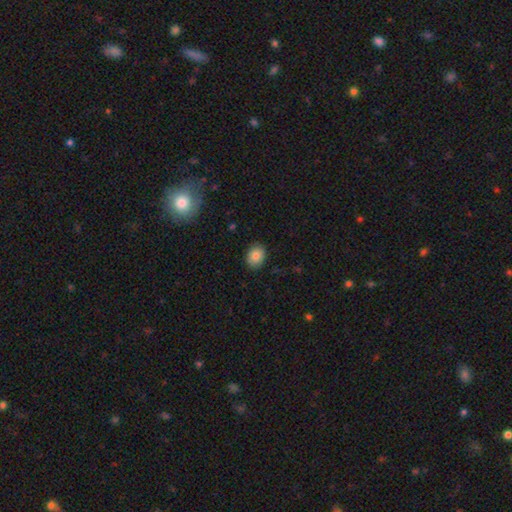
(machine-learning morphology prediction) Overall: smooth (84%). How rounded: in between (57%; round 42%). Merging: none (89%).